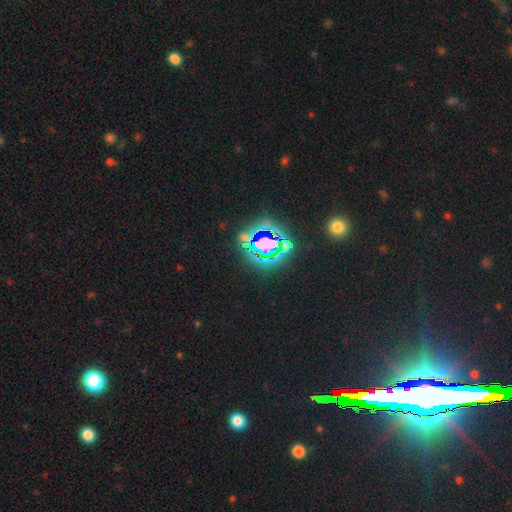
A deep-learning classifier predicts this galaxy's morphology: smooth_or_featured: star or artifact (p=0.77) [alt: smooth p=0.13]